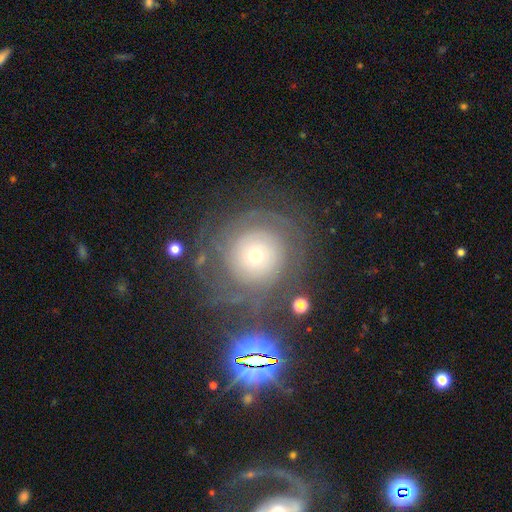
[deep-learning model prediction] Overall: featured or disk (59%; smooth 26%). Edge-on disk: no (96%). Bar: no (88%). Spiral arms: yes (72%). Bulge size: small (55%; moderate 36%). Merging: none (72%).